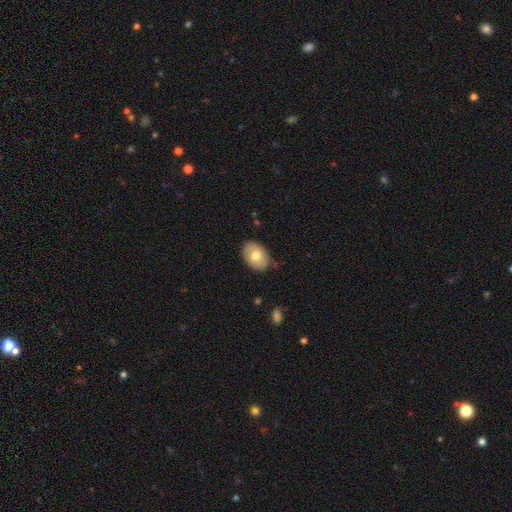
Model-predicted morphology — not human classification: Overall: smooth (73%). How rounded: in between (81%). Merging: none (82%).